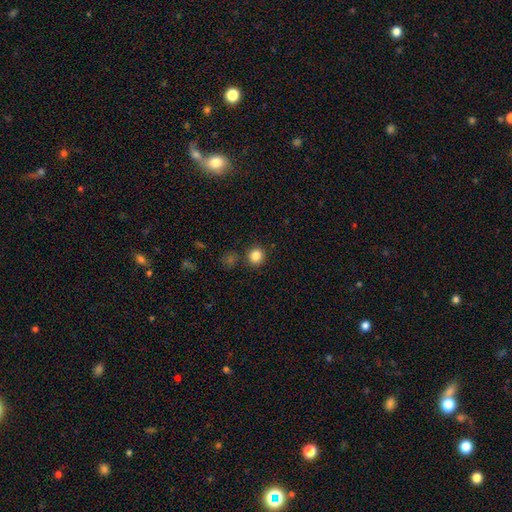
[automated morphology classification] The model was most divided on "smooth or featured": smooth: 84%, star or artifact: 11%, featured or disk: 4%. More confident: how rounded — round (88%); merging — none (86%).